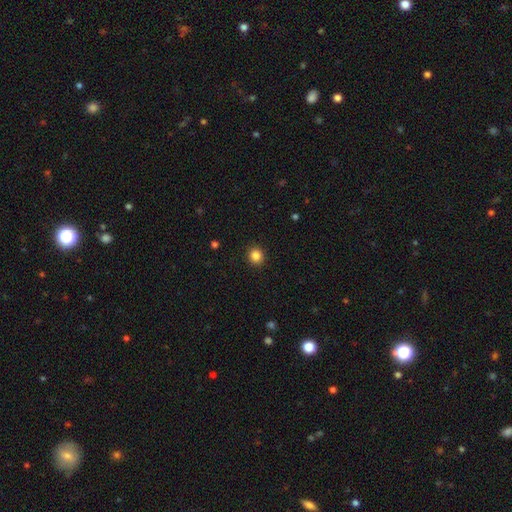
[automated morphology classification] Smooth or featured? smooth (84%)
How rounded? round (91%)
Merging? none (92%)